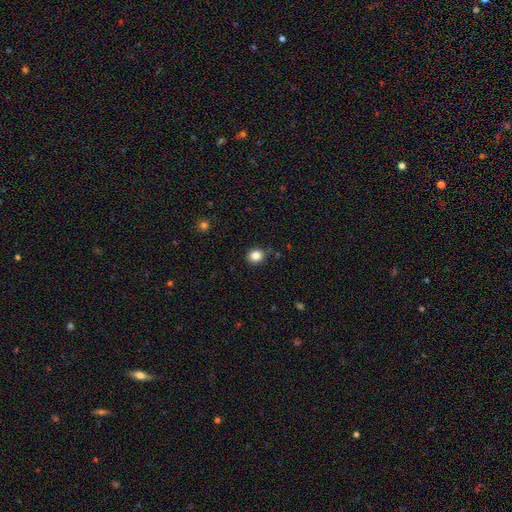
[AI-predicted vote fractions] Smooth or featured? smooth (84%)
How rounded? round (71%)
Merging? none (85%)